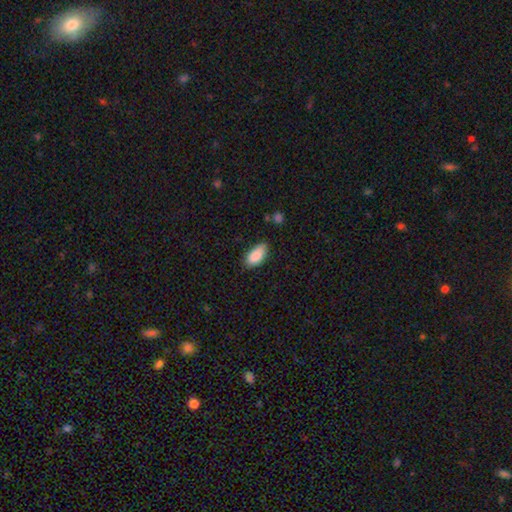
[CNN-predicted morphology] This is clearly a smooth galaxy (88%). How rounded: clearly in between (92%). Merging: likely none (70%).